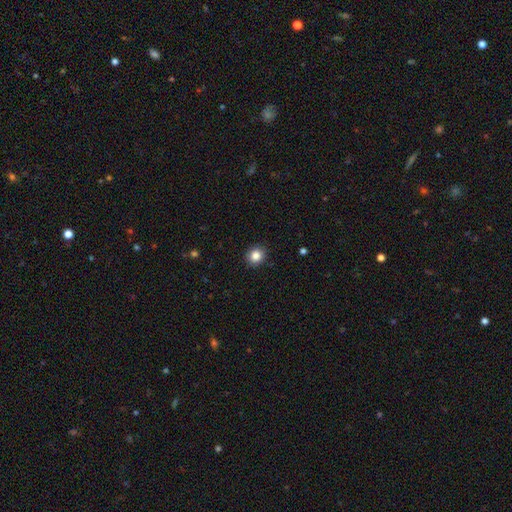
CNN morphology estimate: A smooth galaxy with no disk features (84%) that is round (82%).

Vote fractions:
- Smooth or featured? smooth: 84% / star or artifact: 10% / featured or disk: 5%
- How rounded? round: 82% / in between: 17% / cigar-shaped: 1%
- Merging? none: 91% / minor disturbance: 6% / major disturbance: 2% / merger: 1%